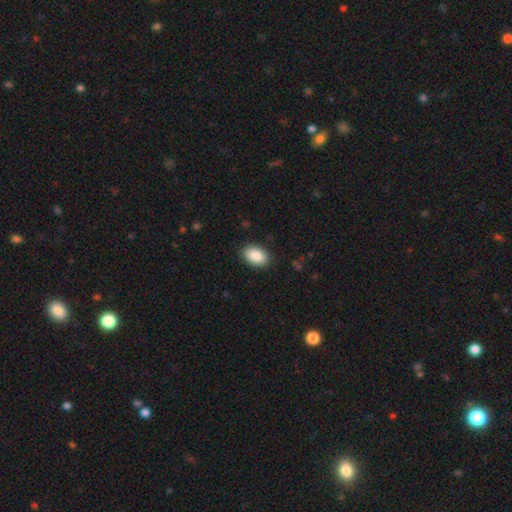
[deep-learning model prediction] Morphology: type=smooth (88%); roundness=in between (88%); merging=none (88%).